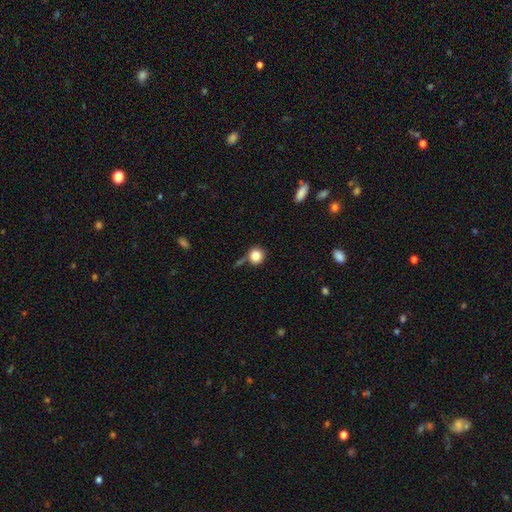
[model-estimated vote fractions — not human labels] Smooth or featured? smooth (84%)
How rounded? round (90%)
Merging? none (70%)